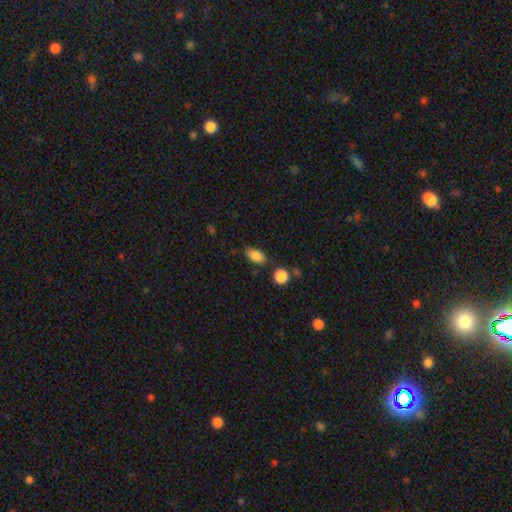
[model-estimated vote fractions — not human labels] Smooth or featured? smooth (86%)
How rounded? in between (89%)
Merging? none (77%)